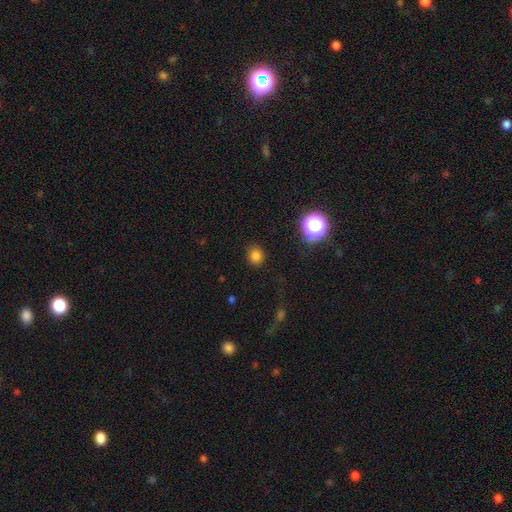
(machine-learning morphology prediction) This is likely a smooth galaxy (79%). How rounded: clearly round (80%). Merging: clearly none (86%).